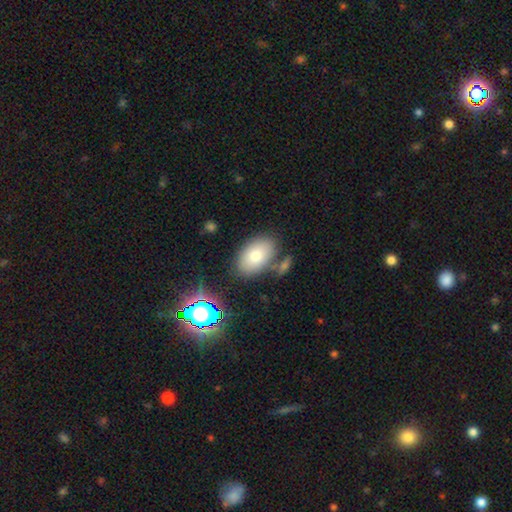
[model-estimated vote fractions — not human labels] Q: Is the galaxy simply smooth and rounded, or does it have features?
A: smooth — 76%.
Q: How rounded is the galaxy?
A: in between — 90%.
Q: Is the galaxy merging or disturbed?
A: none — 76%.